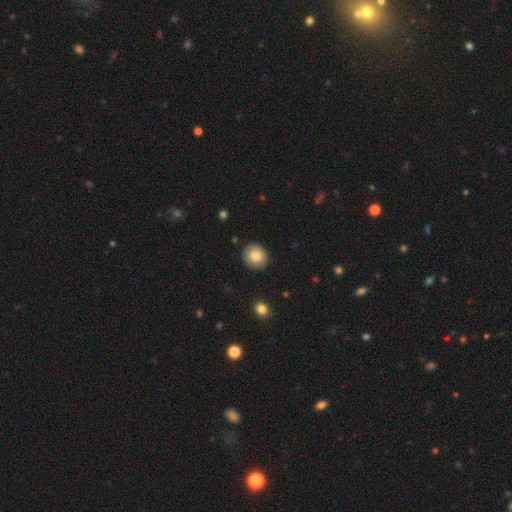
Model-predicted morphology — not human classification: This appears to be a smooth galaxy with no disk features (85%) that is round (83%). Merging: none (89%).